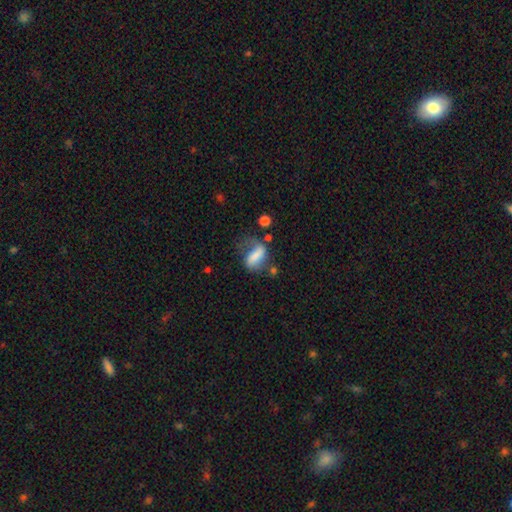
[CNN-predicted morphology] Smooth or featured? smooth (60%)
How rounded? in between (72%)
Merging? none (35%)